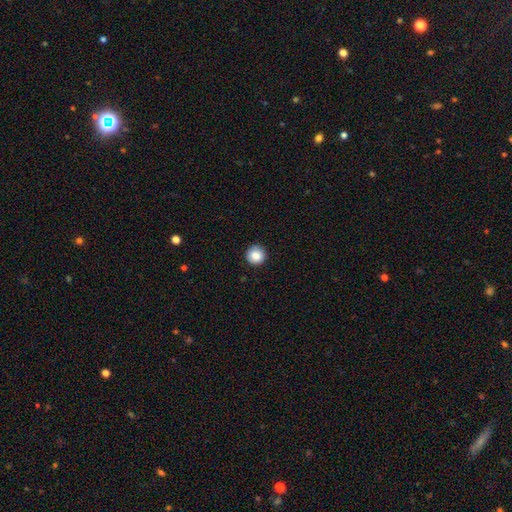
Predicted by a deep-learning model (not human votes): smooth 86%, star or artifact 9%, featured or disk 5%. Down the decision tree: how rounded — round (95%); merging — none (91%).